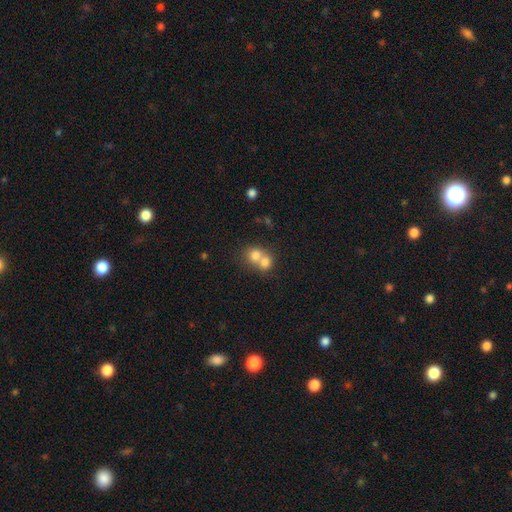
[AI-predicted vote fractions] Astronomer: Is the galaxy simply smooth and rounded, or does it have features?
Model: smooth — 74%.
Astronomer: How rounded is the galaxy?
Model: round — 69%.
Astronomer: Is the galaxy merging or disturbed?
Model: merger — 70%.